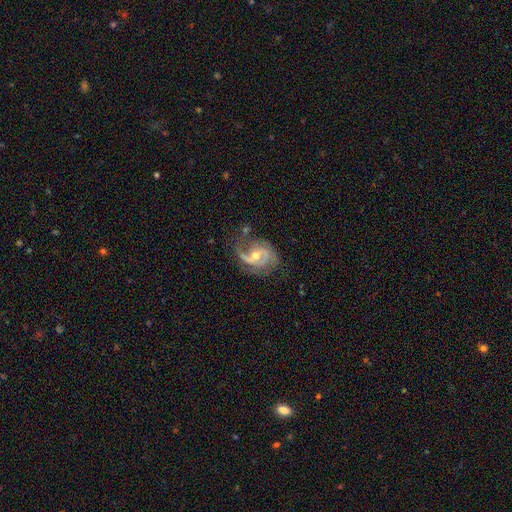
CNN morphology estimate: The model was most divided on "bar": no: 45%, weak: 41%, strong: 14%. Remaining: edge-on disk — no (98%); spiral arms — yes (96%); smooth or featured — featured or disk (87%); spiral arm count — 2 (71%); bulge size — moderate (69%); merging — none (58%); spiral winding — medium (50%).